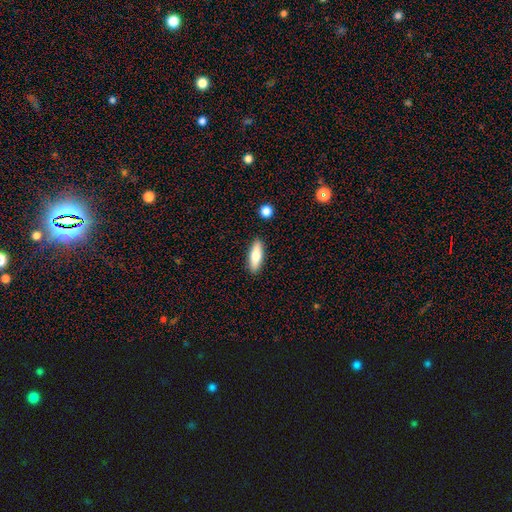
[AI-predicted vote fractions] Smooth or featured? smooth (70%)
How rounded? in between (50%)
Merging? none (89%)